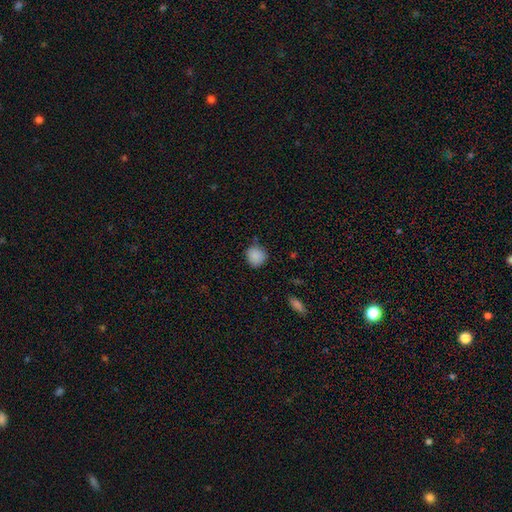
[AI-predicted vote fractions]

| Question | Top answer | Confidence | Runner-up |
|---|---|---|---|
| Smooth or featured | smooth | 87% | star or artifact (9%) |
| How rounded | round | 85% | in between (14%) |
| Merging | none | 77% | minor disturbance (17%) |